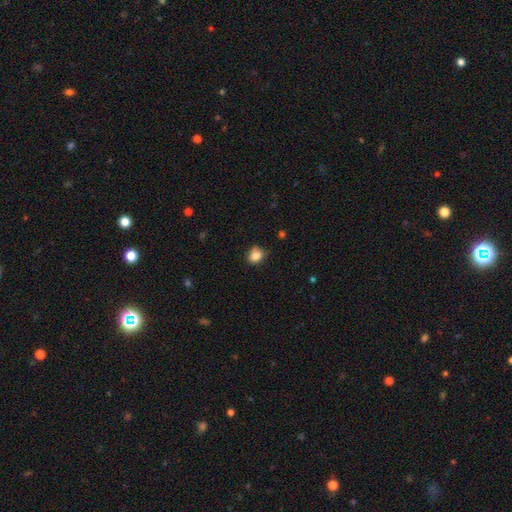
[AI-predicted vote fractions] smooth 85%, star or artifact 10%, featured or disk 6%. Down the decision tree: how rounded — round (62%); merging — none (74%).